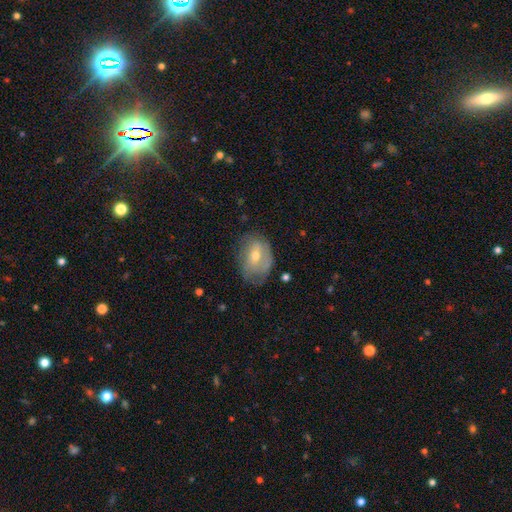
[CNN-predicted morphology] A featured or disk galaxy (48%).

Vote fractions:
- Smooth or featured? featured or disk: 48% / smooth: 44% / star or artifact: 9%
- Merging? none: 57% / minor disturbance: 30% / major disturbance: 12% / merger: 2%